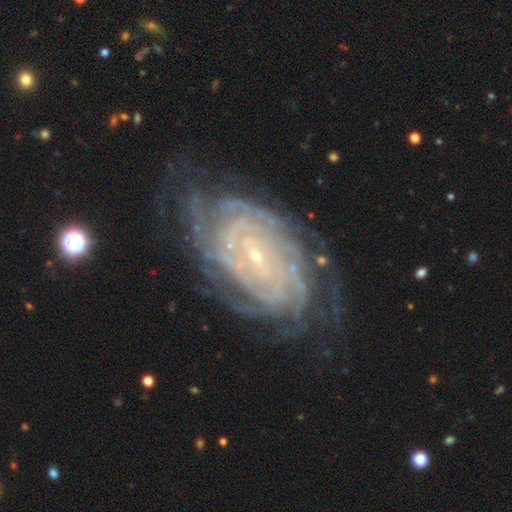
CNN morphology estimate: This is clearly a featured or disk galaxy (91%). It is clearly not viewed edge-on (96%). Bar: possibly no (49%). Spiral arm pattern: clearly yes (98%). Spiral arm count: marginally more than 4 (24%, tied with 4). Spiral winding: clearly tight (84%). Central bulge: clearly small (87%). Merging: likely none (72%).